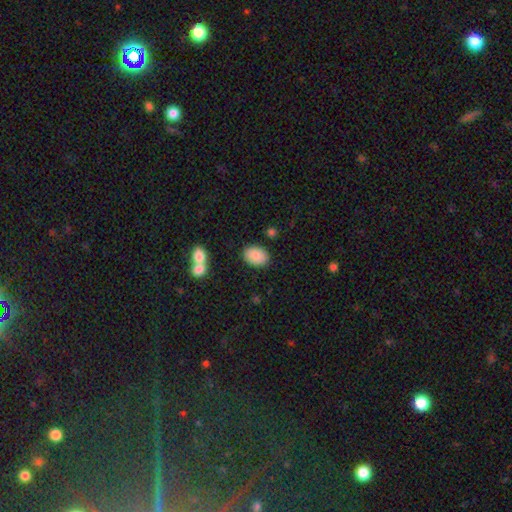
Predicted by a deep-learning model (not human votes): smooth_or_featured: smooth (p=0.88) [alt: star or artifact p=0.07]
how_rounded: in between (p=0.80) [alt: round p=0.19]
merging: none (p=0.84) [alt: minor disturbance p=0.09]